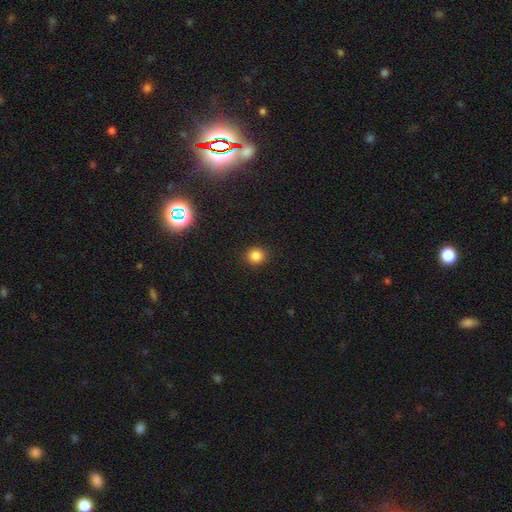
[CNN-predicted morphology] Smooth or featured: smooth — 84% (star or artifact — 12%)
How rounded: round — 90% (in between — 9%)
Merging: none — 91% (minor disturbance — 6%)